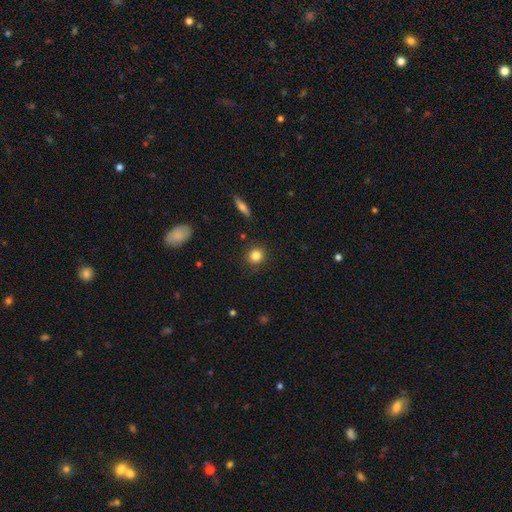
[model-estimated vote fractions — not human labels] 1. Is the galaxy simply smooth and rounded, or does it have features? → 84% smooth, 11% star or artifact, 6% featured or disk.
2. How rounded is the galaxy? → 88% round, 11% in between, 1% cigar-shaped.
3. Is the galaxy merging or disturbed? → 88% none, 8% minor disturbance, 2% major disturbance, 2% merger.